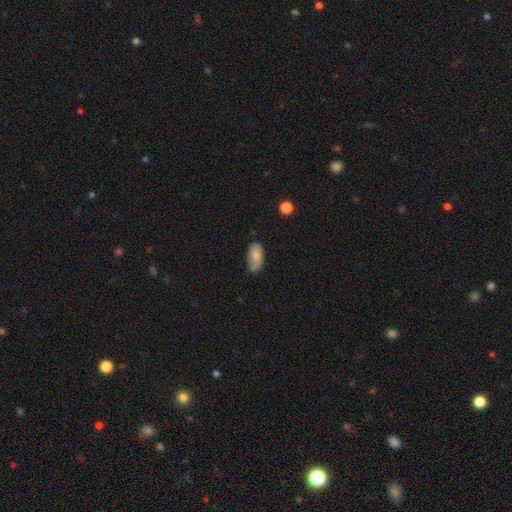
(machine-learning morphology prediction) type=smooth (78%); roundness=in between (93%); merging=none (62%).